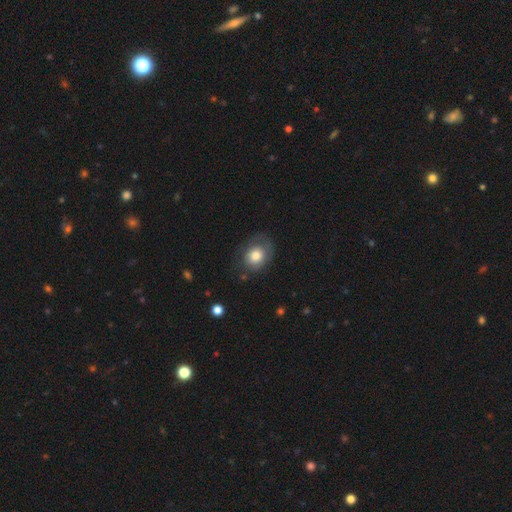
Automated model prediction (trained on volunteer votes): A smooth galaxy with no disk features (74%) that is round (53%). Merging: none (62%).